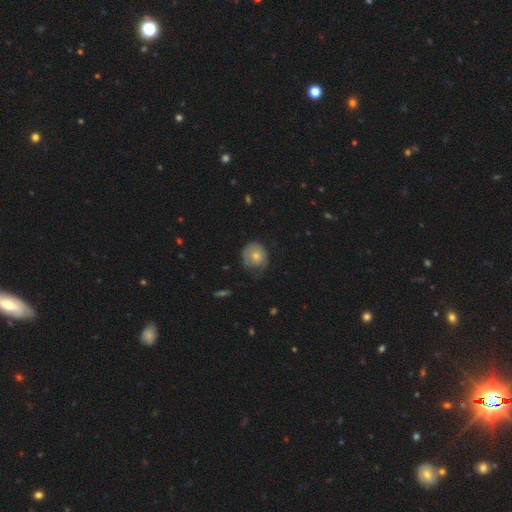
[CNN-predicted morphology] This appears to be a smooth galaxy with no disk features (67%) that is round (80%). Merging: none (50%).